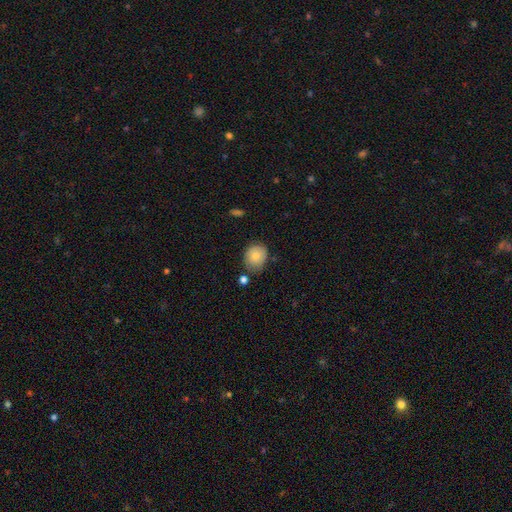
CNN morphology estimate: A smooth galaxy with no disk features (79%) that is round (67%).

Vote fractions:
- Smooth or featured? smooth: 79% / featured or disk: 13% / star or artifact: 8%
- How rounded? round: 67% / in between: 32% / cigar-shaped: 1%
- Merging? none: 71% / minor disturbance: 20% / merger: 5% / major disturbance: 4%